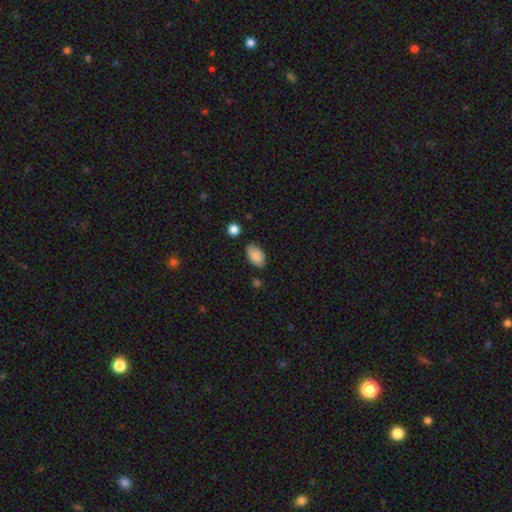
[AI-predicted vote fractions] Smooth or featured? Predicted: smooth (p=0.87). How rounded? Predicted: in between (p=0.93). Merging? Predicted: none (p=0.77).